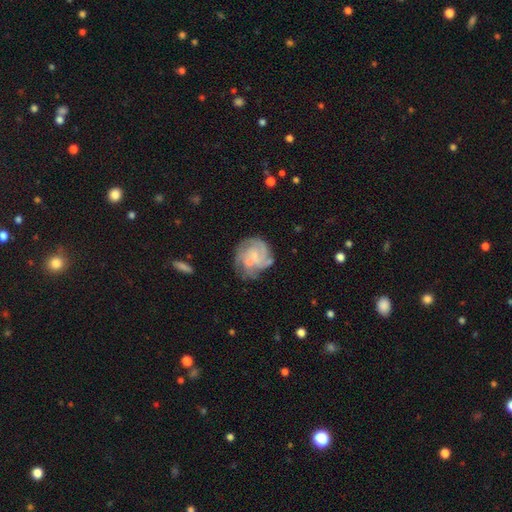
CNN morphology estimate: smooth_or_featured: featured or disk (p=0.76) [alt: smooth p=0.17]
disk_edge_on: no (p=0.98) [alt: yes p=0.02]
bar: no (p=0.70) [alt: weak p=0.26]
has_spiral_arms: yes (p=0.91) [alt: no p=0.09]
spiral_winding: tight (p=0.56) [alt: medium p=0.34]
spiral_arm_count: 3 (p=0.29) [alt: can't tell p=0.27]
bulge_size: small (p=0.63) [alt: moderate p=0.21]
merging: none (p=0.62) [alt: minor disturbance p=0.20]